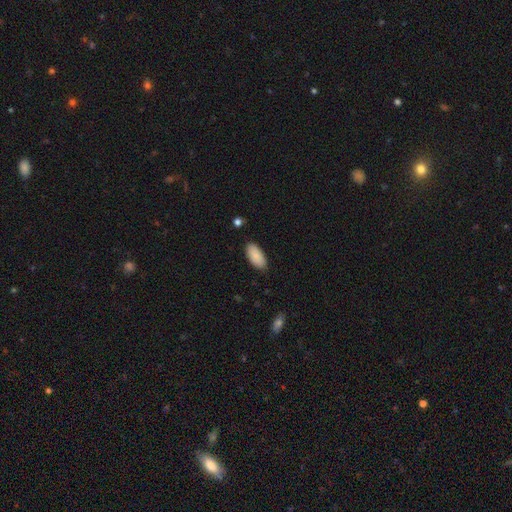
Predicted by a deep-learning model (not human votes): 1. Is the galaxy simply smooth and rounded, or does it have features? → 89% smooth, 6% star or artifact, 5% featured or disk.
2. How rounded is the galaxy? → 93% in between, 6% cigar-shaped, 2% round.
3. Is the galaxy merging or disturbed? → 87% none, 10% minor disturbance, 2% major disturbance, 1% merger.